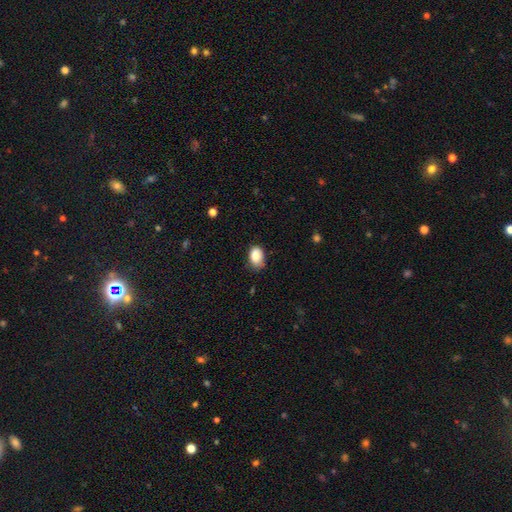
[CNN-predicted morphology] smooth 86%, star or artifact 8%, featured or disk 6%. Down the decision tree: how rounded — in between (83%); merging — none (69%).